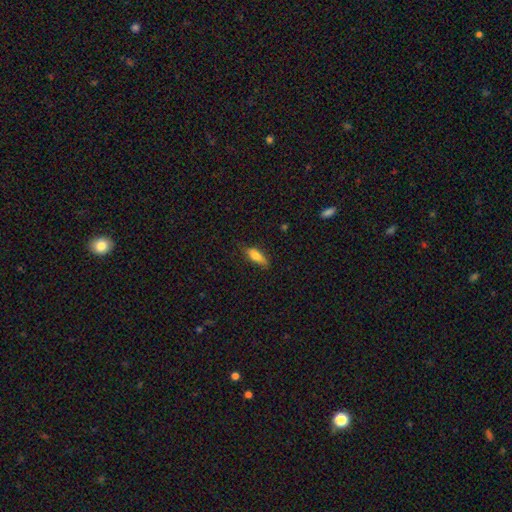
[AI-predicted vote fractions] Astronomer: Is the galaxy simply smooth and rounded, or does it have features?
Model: smooth — 74%.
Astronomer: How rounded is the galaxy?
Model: in between — 62%.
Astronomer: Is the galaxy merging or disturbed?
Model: none — 72%.